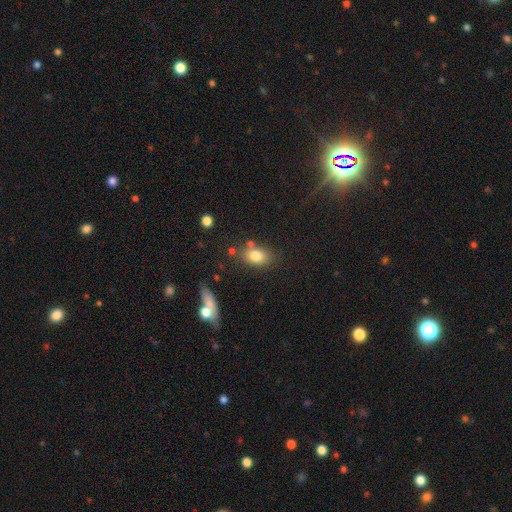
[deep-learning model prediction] smooth_or_featured: smooth (p=0.81) [alt: featured or disk p=0.10]
how_rounded: in between (p=0.77) [alt: round p=0.20]
merging: none (p=0.71) [alt: minor disturbance p=0.15]